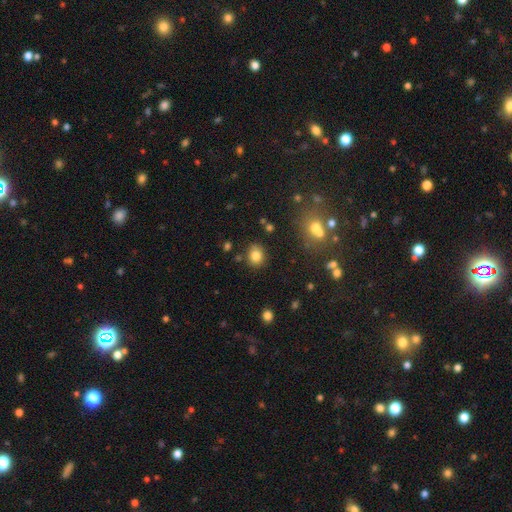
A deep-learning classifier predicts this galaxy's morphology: This appears to be a smooth galaxy with no disk features (82%) that is round (70%). Merging: none (84%).